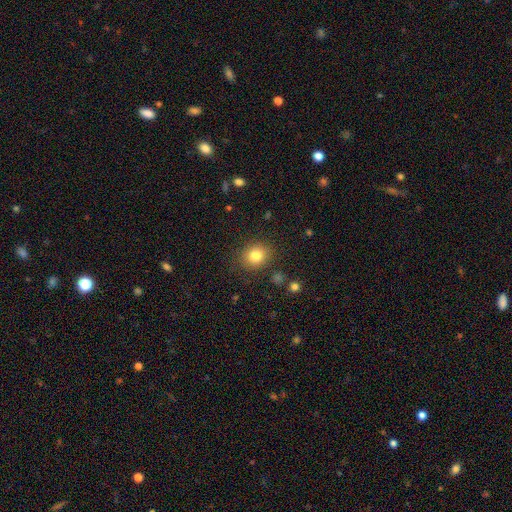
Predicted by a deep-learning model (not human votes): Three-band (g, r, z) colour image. It shows a smooth galaxy with no disk features (81%) that is round (71%). Merging: none (87%).